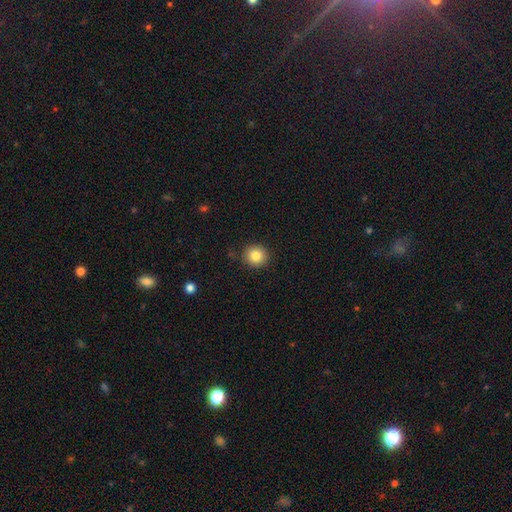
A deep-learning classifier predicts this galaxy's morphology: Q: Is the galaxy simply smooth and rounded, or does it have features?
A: smooth — 84%.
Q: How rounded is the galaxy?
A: round — 92%.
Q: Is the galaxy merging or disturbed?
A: none — 89%.